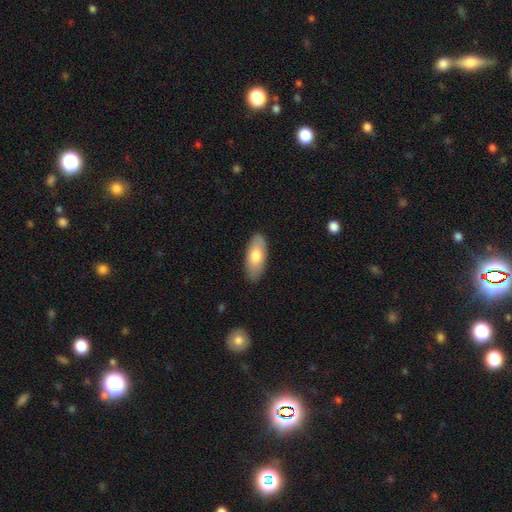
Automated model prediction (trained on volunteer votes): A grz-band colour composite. It shows a smooth galaxy with no disk features (74%) that is in between round and cigar-shaped (85%). Merging: none (86%).